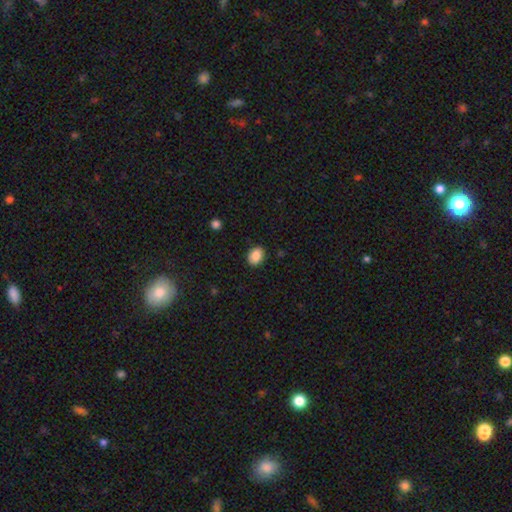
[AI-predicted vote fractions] Smooth or featured? Predicted: smooth (p=0.88). How rounded? Predicted: in between (p=0.66). Merging? Predicted: none (p=0.87).